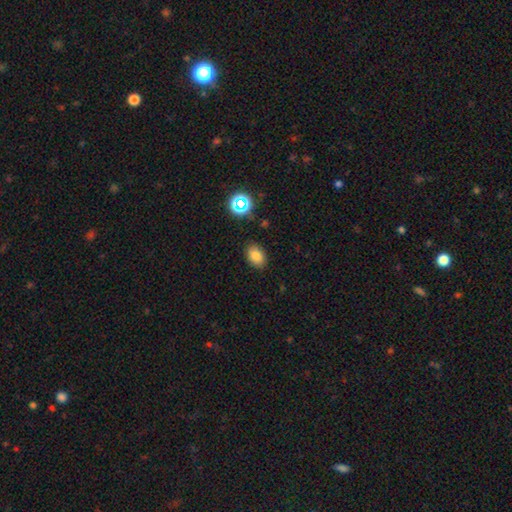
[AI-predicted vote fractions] smooth-or-featured: smooth: 81% | star or artifact: 12% | featured or disk: 7%
  how-rounded: in between: 81% | round: 18% | cigar-shaped: 1%
  merging: none: 86% | minor disturbance: 10% | major disturbance: 3% | merger: 2%